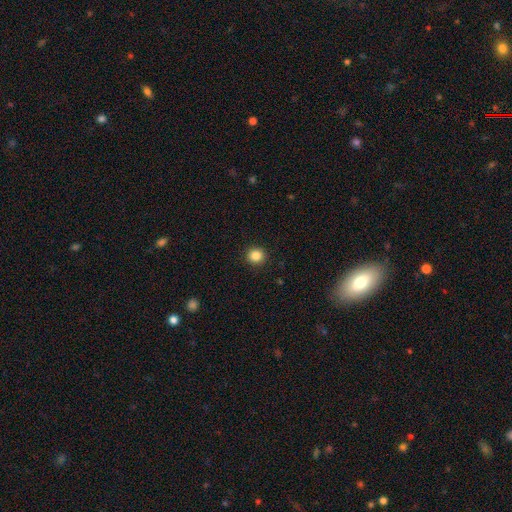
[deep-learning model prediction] The model was most divided on "smooth or featured": smooth: 85%, star or artifact: 11%, featured or disk: 4%. More confident: how rounded — round (93%); merging — none (92%).